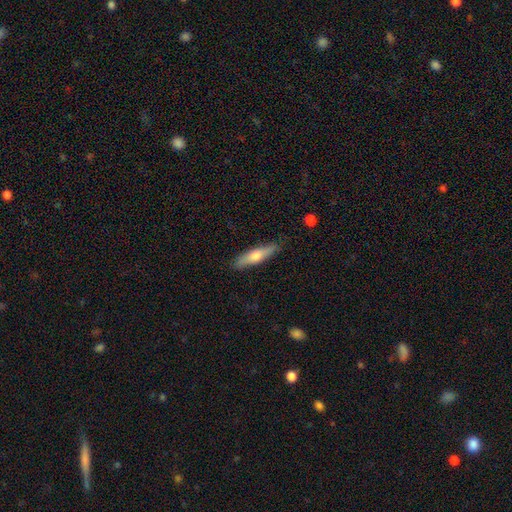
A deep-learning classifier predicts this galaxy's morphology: Smooth or featured?
  - smooth: 55% *
  - featured or disk: 39%
  - star or artifact: 6%
How rounded?
  - cigar-shaped: 81% *
  - in between: 17%
  - round: 2%
Merging?
  - none: 87% *
  - minor disturbance: 10%
  - major disturbance: 2%
  - merger: 1%